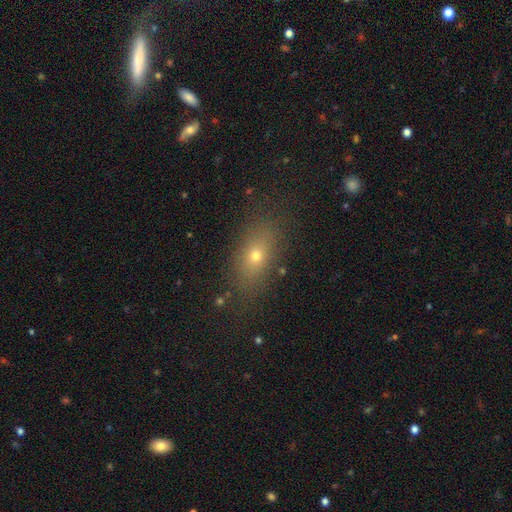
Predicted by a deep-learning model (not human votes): Smooth or featured?
  - smooth: 64% *
  - featured or disk: 18%
  - star or artifact: 18%
How rounded?
  - in between: 71% *
  - round: 16%
  - cigar-shaped: 14%
Merging?
  - none: 82% *
  - minor disturbance: 11%
  - major disturbance: 5%
  - merger: 2%